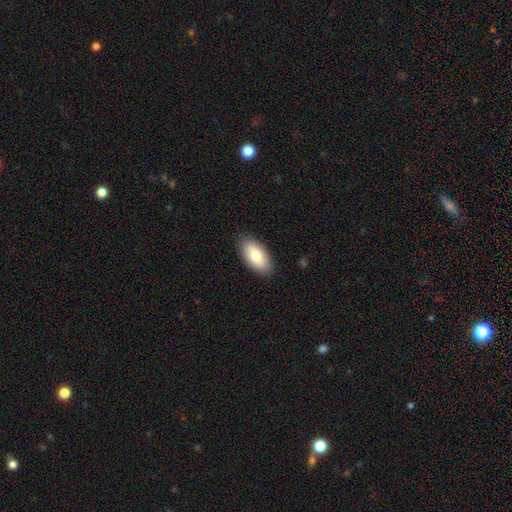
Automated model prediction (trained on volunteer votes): A smooth galaxy with no disk features (78%) that is in between round and cigar-shaped (94%).

Vote fractions:
- Smooth or featured? smooth: 78% / featured or disk: 16% / star or artifact: 6%
- How rounded? in between: 94% / cigar-shaped: 4% / round: 3%
- Merging? none: 87% / minor disturbance: 10% / major disturbance: 2% / merger: 1%